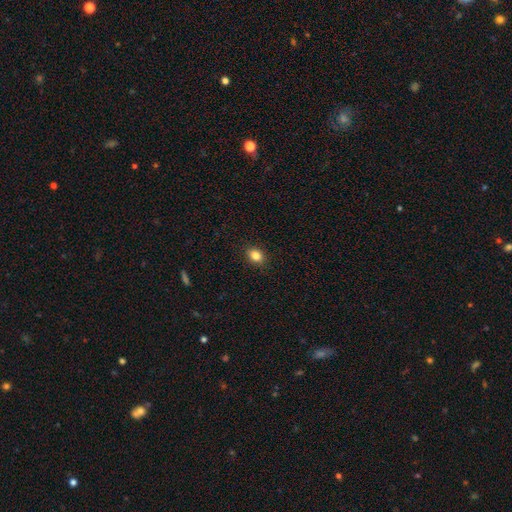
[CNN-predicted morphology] A smooth galaxy with no disk features (84%) that is in between round and cigar-shaped (62%). Merging: none (89%).